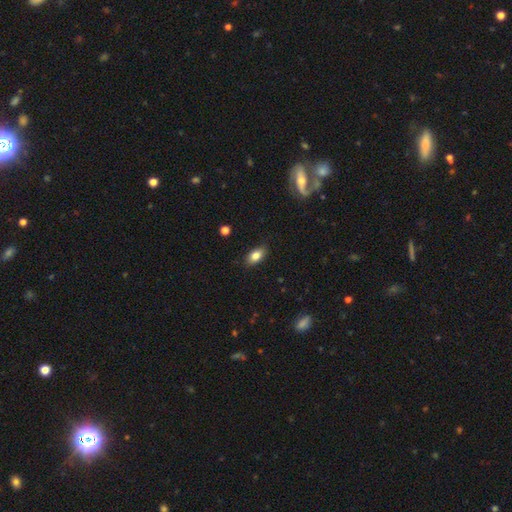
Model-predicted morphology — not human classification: This is clearly a smooth galaxy (82%). How rounded: clearly in between (89%). Merging: clearly none (85%).